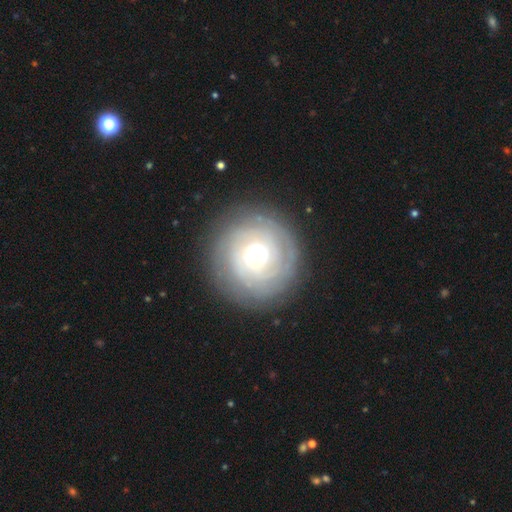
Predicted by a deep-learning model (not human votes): smooth_or_featured: featured or disk (p=0.74) [alt: smooth p=0.19]
disk_edge_on: no (p=0.98) [alt: yes p=0.02]
bar: no (p=0.45) [alt: weak p=0.44]
has_spiral_arms: yes (p=0.90) [alt: no p=0.10]
spiral_winding: tight (p=0.82) [alt: medium p=0.14]
spiral_arm_count: can't tell (p=0.46) [alt: 2 p=0.15]
bulge_size: small (p=0.52) [alt: moderate p=0.40]
merging: none (p=0.85) [alt: minor disturbance p=0.10]